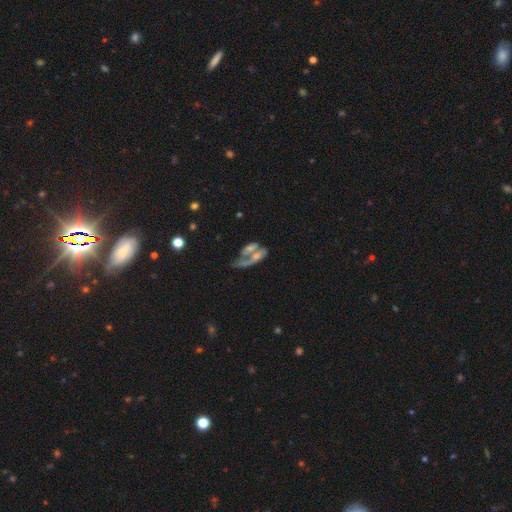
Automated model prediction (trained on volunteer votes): The model was most divided on "smooth or featured": featured or disk: 56%, smooth: 30%, star or artifact: 14%. More confident: edge-on disk — no (85%); merging — merger (55%).